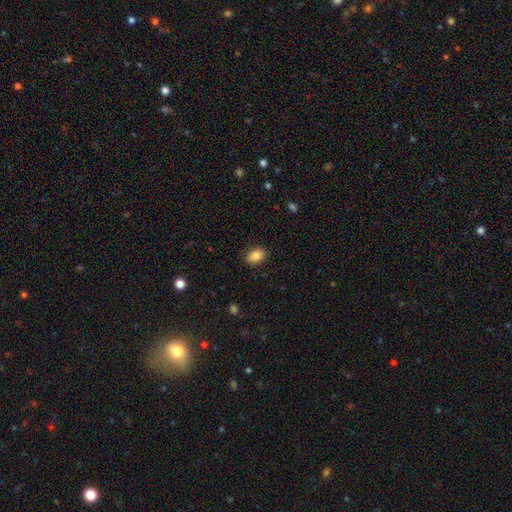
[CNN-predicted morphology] smooth_or_featured: smooth (p=0.83) [alt: featured or disk p=0.08]
how_rounded: in between (p=0.85) [alt: round p=0.14]
merging: none (p=0.87) [alt: minor disturbance p=0.10]